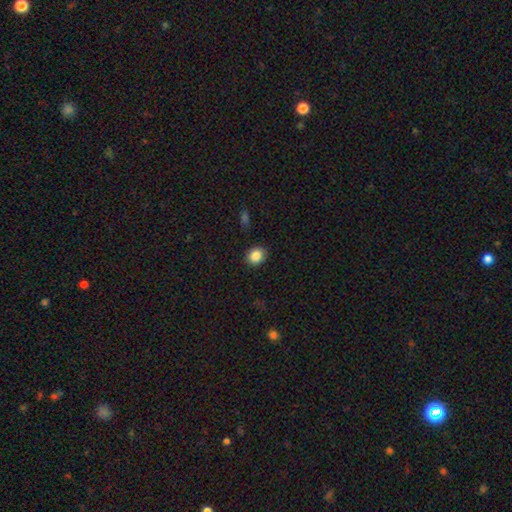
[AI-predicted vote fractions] Q: Smooth or featured?
A: smooth (86%); runner-up: star or artifact (9%)
Q: How rounded?
A: round (68%); runner-up: in between (31%)
Q: Merging?
A: none (89%); runner-up: minor disturbance (8%)